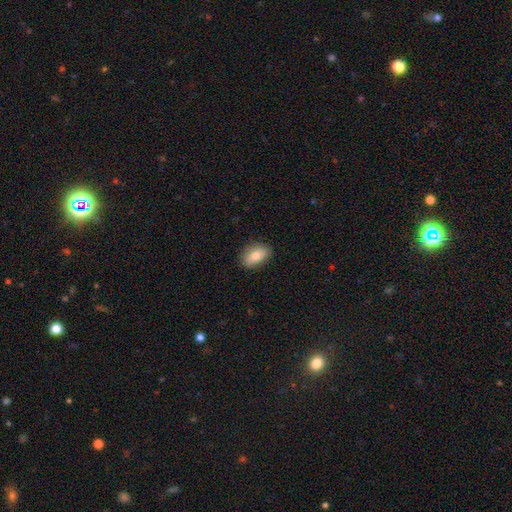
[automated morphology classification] smooth_or_featured: smooth (p=0.78) [alt: featured or disk p=0.15]
how_rounded: in between (p=0.90) [alt: round p=0.07]
merging: none (p=0.82) [alt: minor disturbance p=0.14]